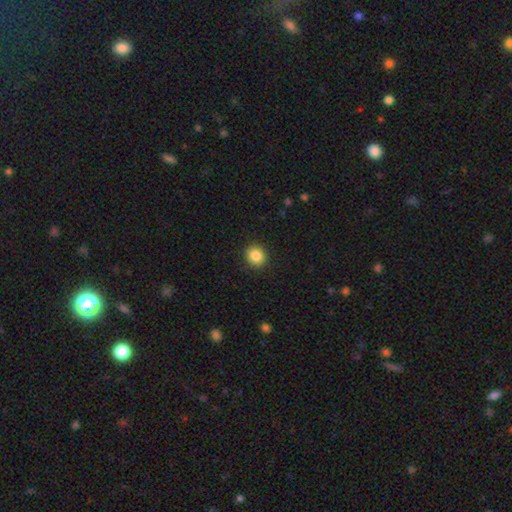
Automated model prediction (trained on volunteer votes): smooth-or-featured: smooth: 87% | star or artifact: 9% | featured or disk: 4%
  how-rounded: round: 83% | in between: 17% | cigar-shaped: 1%
  merging: none: 91% | minor disturbance: 6% | major disturbance: 2% | merger: 1%